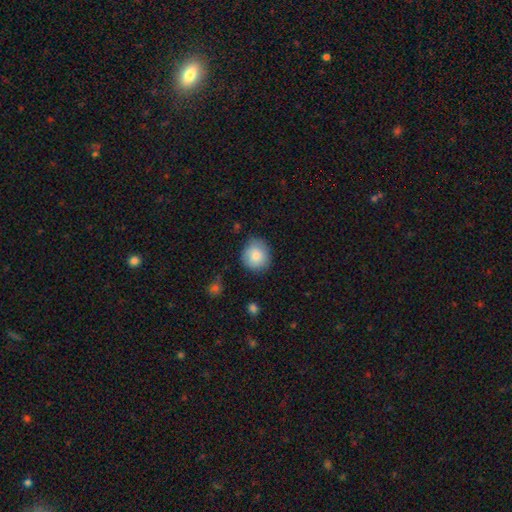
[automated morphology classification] Q: Smooth or featured?
A: smooth (83%); runner-up: featured or disk (10%)
Q: How rounded?
A: round (87%); runner-up: in between (12%)
Q: Merging?
A: none (77%); runner-up: minor disturbance (18%)